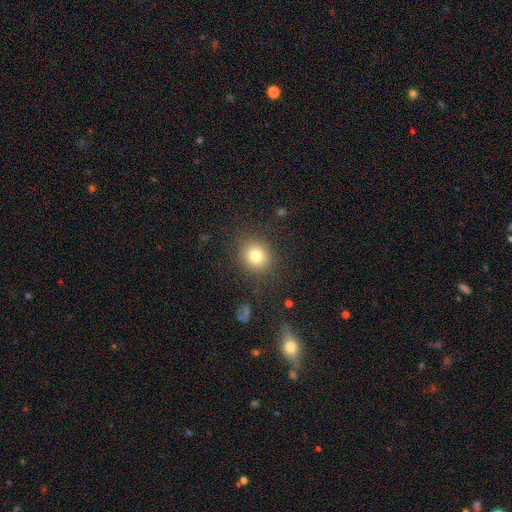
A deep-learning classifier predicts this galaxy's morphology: A smooth galaxy with no disk features (79%) that is round (79%). Merging: none (87%).